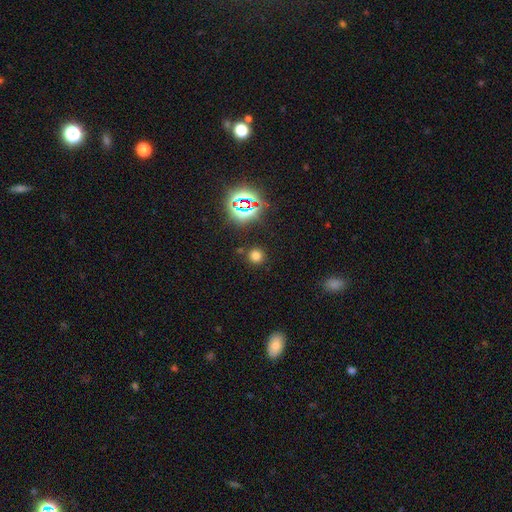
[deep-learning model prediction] This is likely a smooth galaxy (69%). How rounded: clearly round (92%). Merging: clearly none (86%).